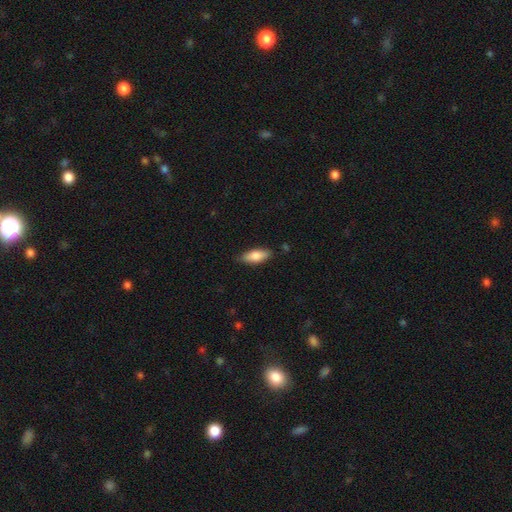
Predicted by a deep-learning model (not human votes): This is likely a smooth galaxy (78%). How rounded: likely in between (74%). Merging: clearly none (83%).